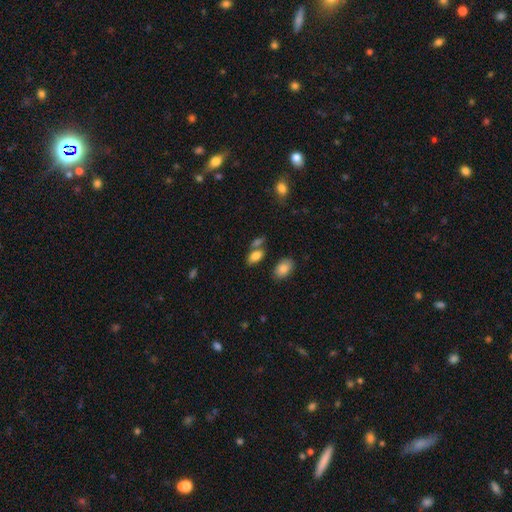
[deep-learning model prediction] Overall: smooth (83%). How rounded: in between (91%). Merging: none (56%; merger 26%).